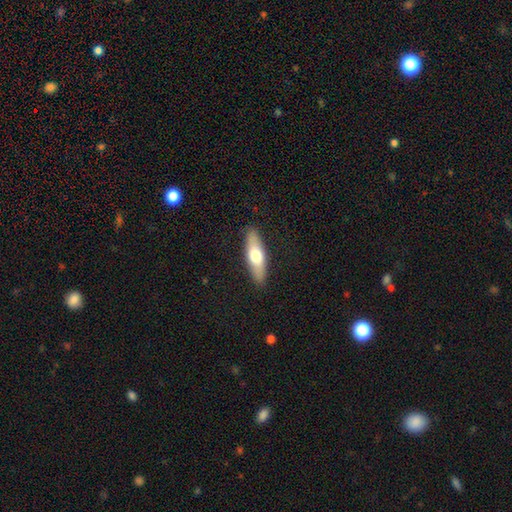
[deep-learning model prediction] Smooth or featured? smooth (62%)
How rounded? cigar-shaped (54%)
Merging? none (88%)